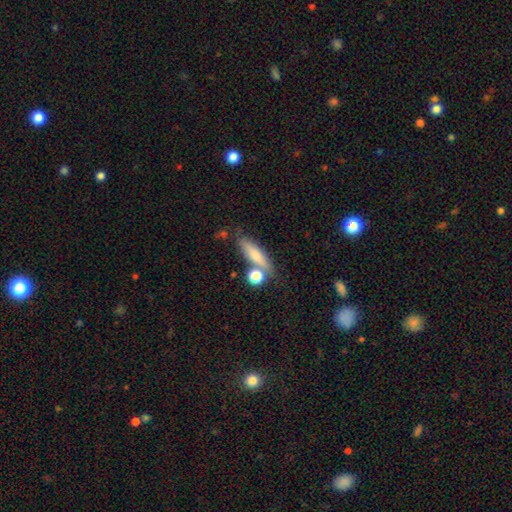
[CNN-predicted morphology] The model was most divided on "how rounded": cigar-shaped: 58%, in between: 35%, round: 6%. More confident: smooth or featured — smooth (75%); merging — none (61%).